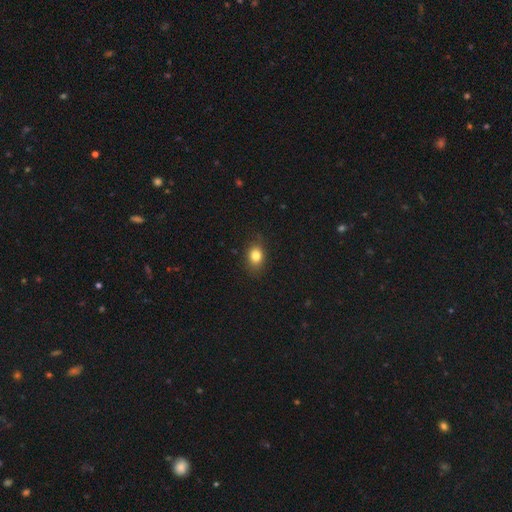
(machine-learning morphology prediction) Smooth or featured? smooth (82%)
How rounded? in between (57%)
Merging? none (79%)